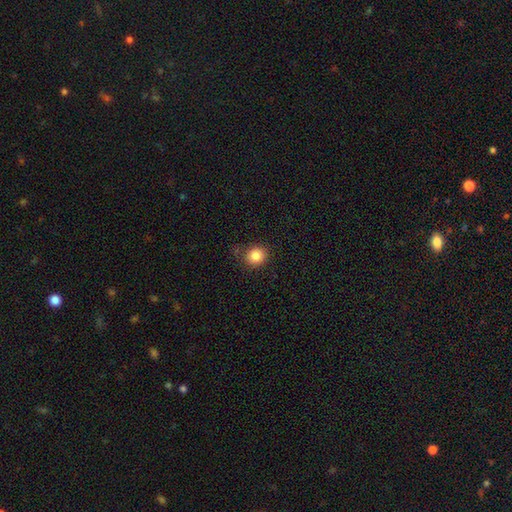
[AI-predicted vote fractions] This appears to be a smooth galaxy with no disk features (85%) that is round (82%). Merging: none (78%).